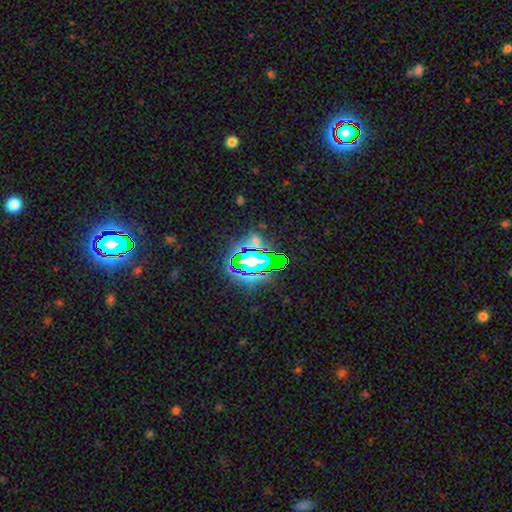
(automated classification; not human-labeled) This is clearly a star or artifact rather than a galaxy (81%).